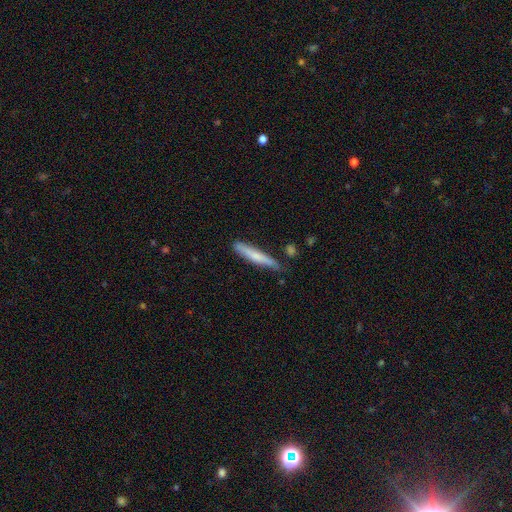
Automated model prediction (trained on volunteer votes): A smooth galaxy with no disk features (65%) that is cigar-shaped (93%). Merging: none (75%).